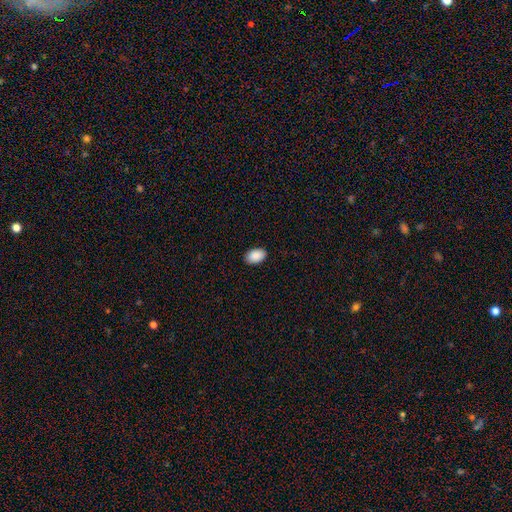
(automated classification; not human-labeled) This is clearly a smooth galaxy (91%). How rounded: clearly in between (89%). Merging: clearly none (90%).